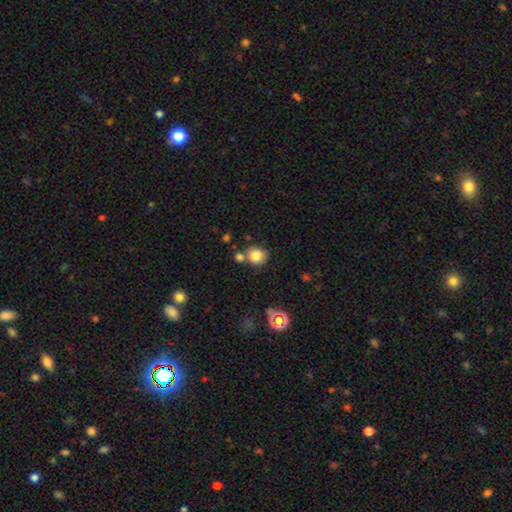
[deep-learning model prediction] A smooth galaxy with no disk features (83%) that is round (87%). Merging: none (65%).